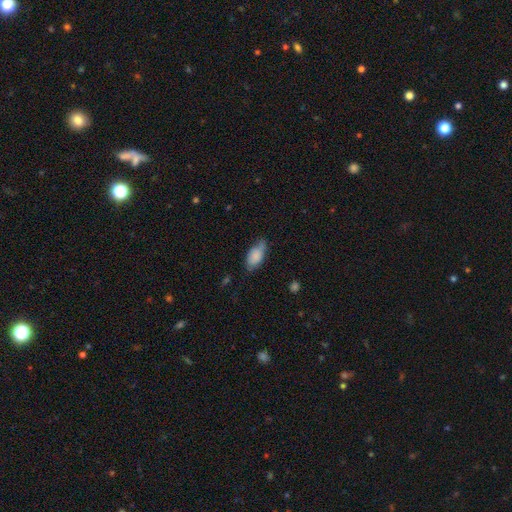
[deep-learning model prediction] Smooth or featured?
  - smooth: 81% *
  - featured or disk: 12%
  - star or artifact: 7%
How rounded?
  - in between: 90% *
  - cigar-shaped: 7%
  - round: 3%
Merging?
  - none: 53% *
  - minor disturbance: 36%
  - major disturbance: 8%
  - merger: 2%